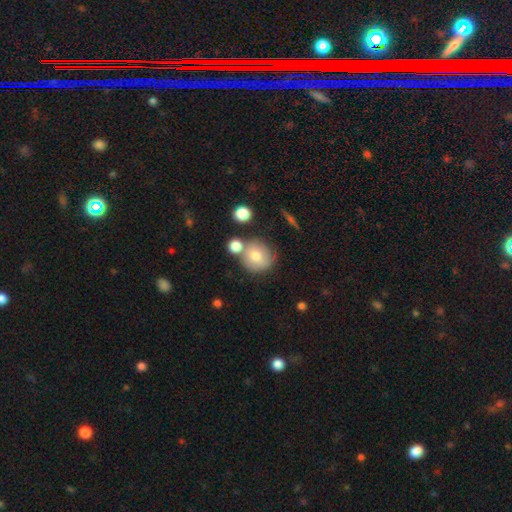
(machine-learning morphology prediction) Smooth or featured: smooth — 72% (featured or disk — 18%)
How rounded: round — 88% (in between — 11%)
Merging: none — 59% (merger — 23%)